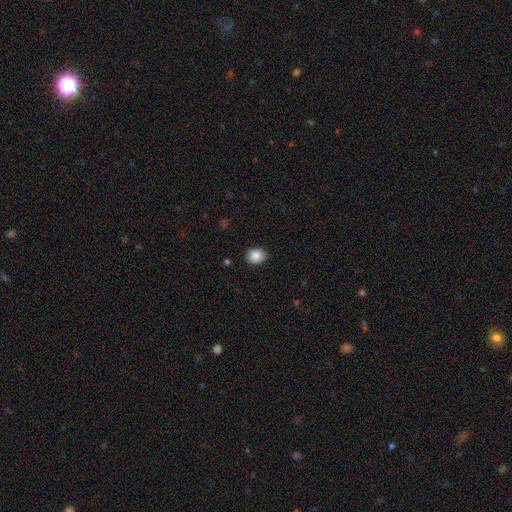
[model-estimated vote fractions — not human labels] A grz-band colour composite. It shows a smooth galaxy with no disk features (88%) that is round (57%). Merging: none (88%).